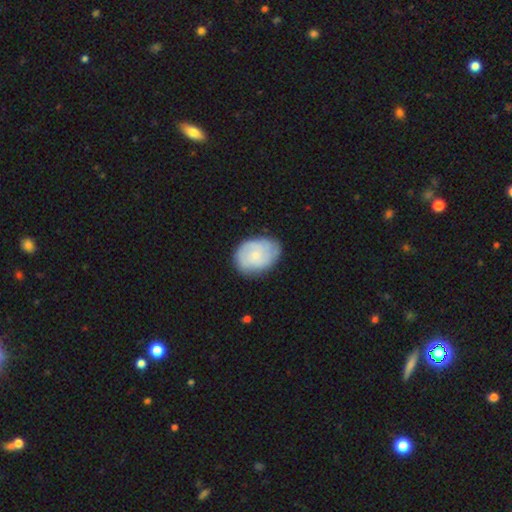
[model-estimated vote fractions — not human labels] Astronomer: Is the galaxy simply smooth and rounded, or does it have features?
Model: featured or disk — 49% (runner-up: smooth, 45%).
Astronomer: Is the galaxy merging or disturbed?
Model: none — 71%.